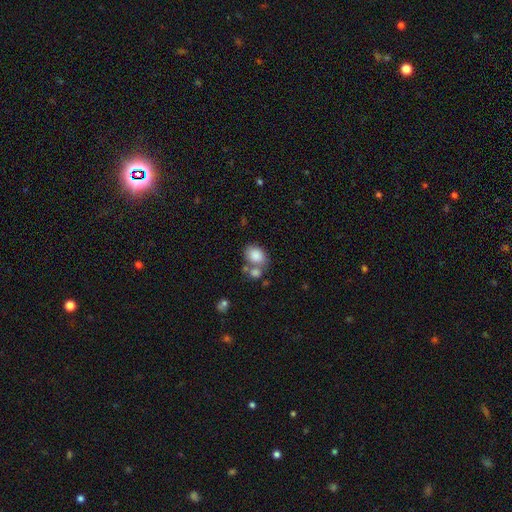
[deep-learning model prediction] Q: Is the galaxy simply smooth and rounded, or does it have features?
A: smooth — 83%.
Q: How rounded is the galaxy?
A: in between — 64%.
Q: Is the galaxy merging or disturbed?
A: none — 47%.